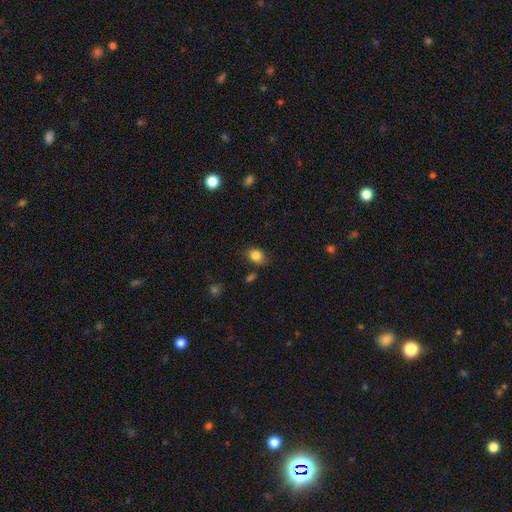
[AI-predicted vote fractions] Overall: smooth (84%). How rounded: in between (59%; round 40%). Merging: none (74%).